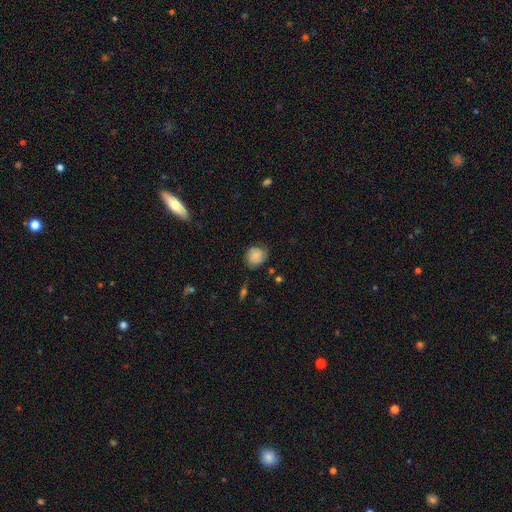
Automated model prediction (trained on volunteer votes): smooth_or_featured: smooth (p=0.58) [alt: featured or disk p=0.33]
how_rounded: round (p=0.73) [alt: in between p=0.26]
merging: none (p=0.67) [alt: minor disturbance p=0.25]